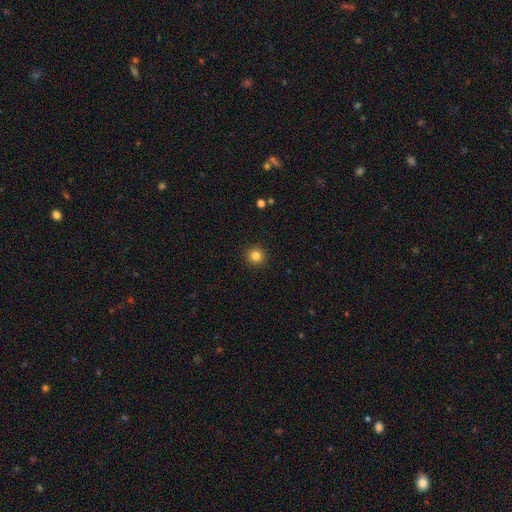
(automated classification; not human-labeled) A smooth galaxy with no disk features (84%) that is round (95%). Merging: none (93%).